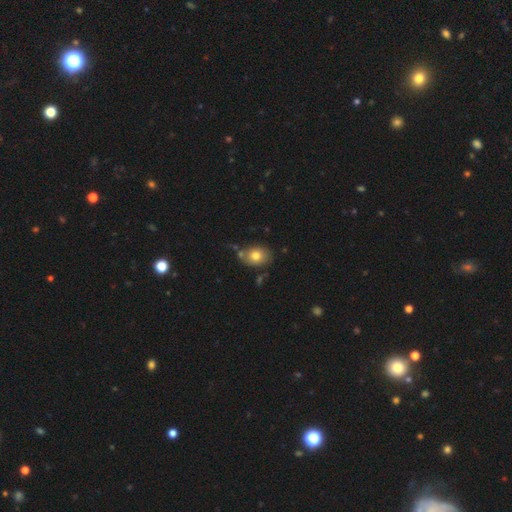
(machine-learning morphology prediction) Smooth or featured? Predicted: smooth (p=0.78). How rounded? Predicted: in between (p=0.63). Merging? Predicted: none (p=0.71).